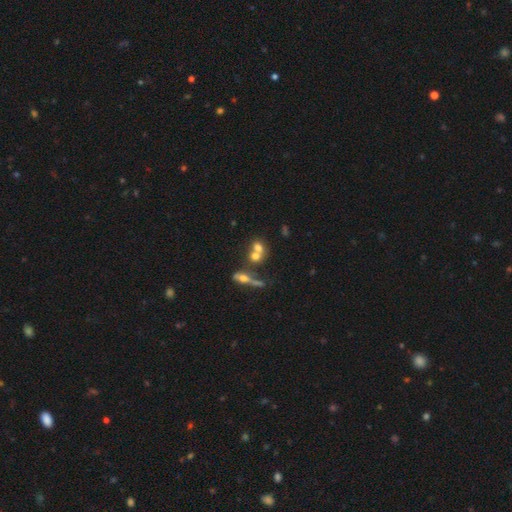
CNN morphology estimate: smooth-or-featured: smooth: 60% | featured or disk: 27% | star or artifact: 13%
  how-rounded: round: 66% | in between: 30% | cigar-shaped: 3%
  merging: merger: 58% | none: 30% | minor disturbance: 7% | major disturbance: 5%